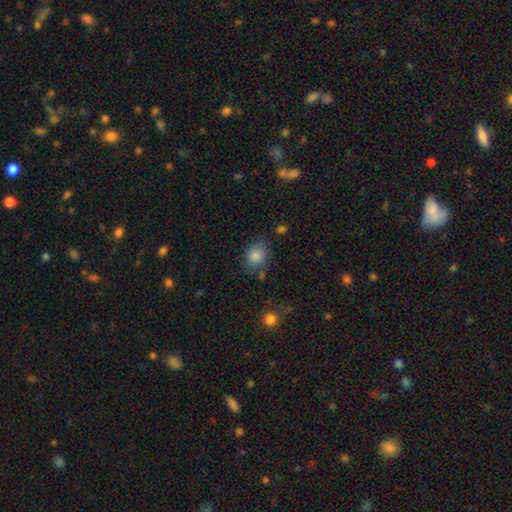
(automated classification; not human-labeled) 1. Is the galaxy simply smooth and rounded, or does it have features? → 84% smooth, 9% star or artifact, 7% featured or disk.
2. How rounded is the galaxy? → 59% round, 40% in between, 1% cigar-shaped.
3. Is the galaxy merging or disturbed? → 63% none, 24% minor disturbance, 7% major disturbance, 5% merger.